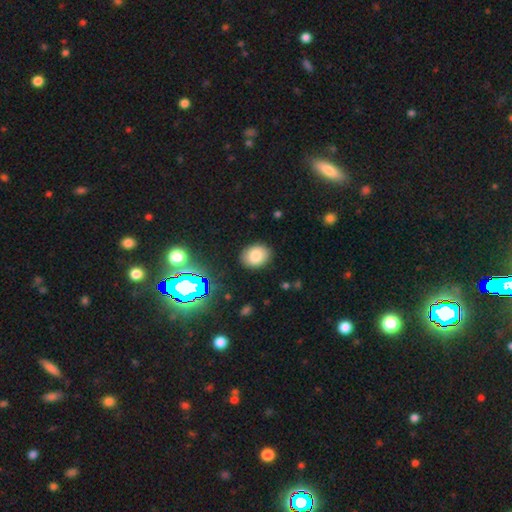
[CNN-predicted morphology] This appears to be a smooth galaxy with no disk features (80%) that is in between round and cigar-shaped (55%). Merging: none (87%).